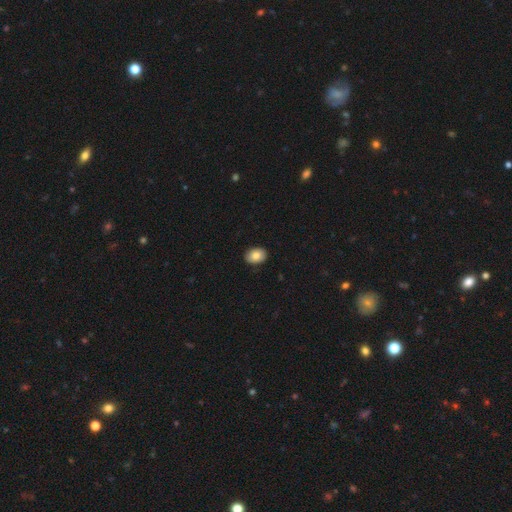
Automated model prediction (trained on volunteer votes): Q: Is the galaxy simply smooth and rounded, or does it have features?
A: smooth — 82%.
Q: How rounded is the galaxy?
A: in between — 74%.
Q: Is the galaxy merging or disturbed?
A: none — 90%.